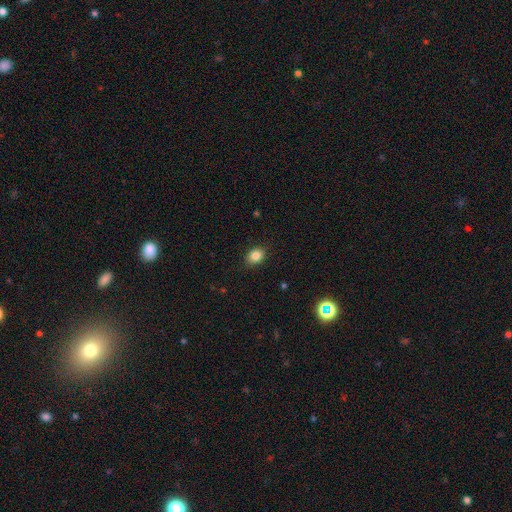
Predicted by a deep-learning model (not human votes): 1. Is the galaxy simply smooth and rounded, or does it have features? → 85% smooth, 10% star or artifact, 5% featured or disk.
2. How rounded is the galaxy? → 59% in between, 40% round, 1% cigar-shaped.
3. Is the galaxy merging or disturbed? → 87% none, 9% minor disturbance, 2% major disturbance, 1% merger.